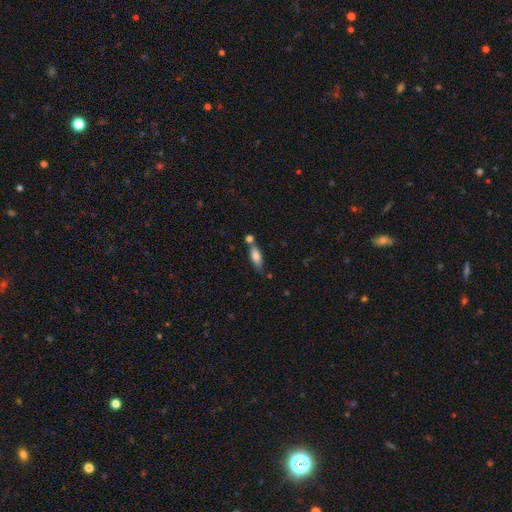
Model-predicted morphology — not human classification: This appears to be a smooth galaxy with no disk features (80%) that is in between round and cigar-shaped (70%). Merging: none (52%).